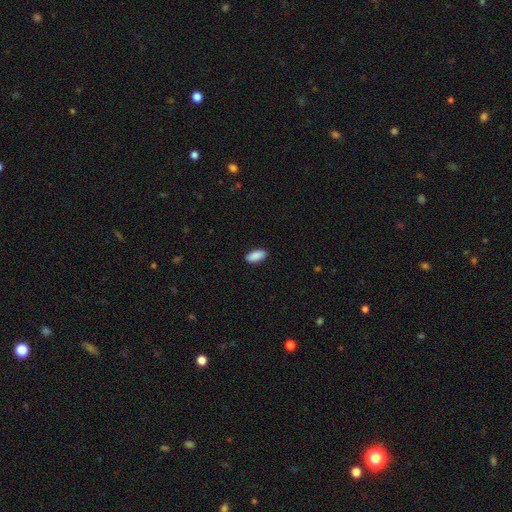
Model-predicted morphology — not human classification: The model was most divided on "merging": none: 90%, minor disturbance: 8%, major disturbance: 2%, merger: 1%. More confident: smooth or featured — smooth (91%); how rounded — in between (91%).